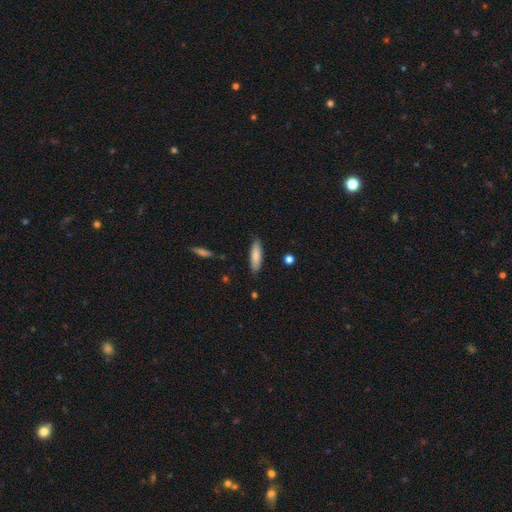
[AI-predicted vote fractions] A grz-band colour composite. It shows a smooth galaxy with no disk features (82%) that is cigar-shaped (60%). Merging: none (87%).